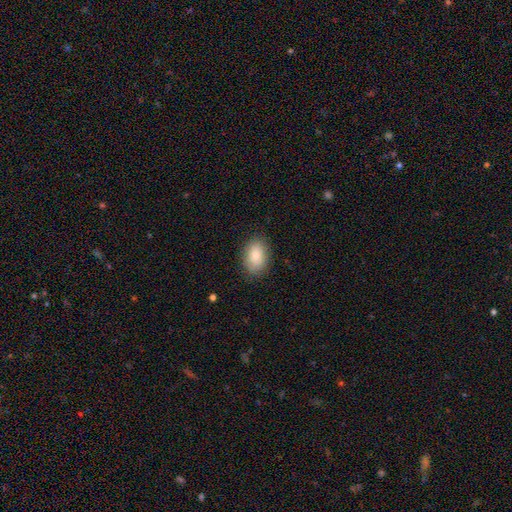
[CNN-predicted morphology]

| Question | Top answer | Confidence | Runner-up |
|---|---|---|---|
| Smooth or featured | smooth | 83% | featured or disk (10%) |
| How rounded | in between | 85% | round (14%) |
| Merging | none | 85% | minor disturbance (11%) |